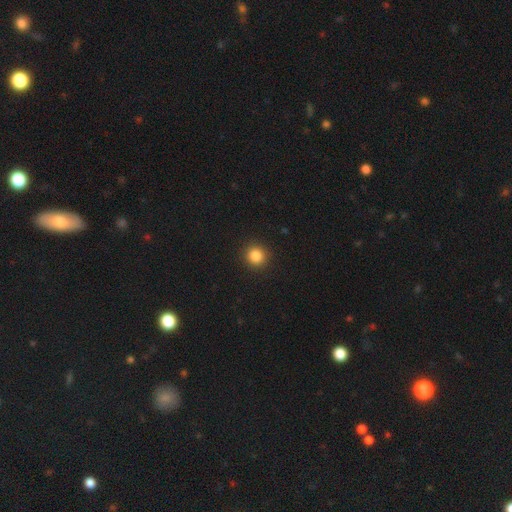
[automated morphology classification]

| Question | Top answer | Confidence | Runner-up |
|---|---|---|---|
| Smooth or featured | smooth | 85% | star or artifact (11%) |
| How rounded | round | 93% | in between (6%) |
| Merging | none | 92% | minor disturbance (5%) |